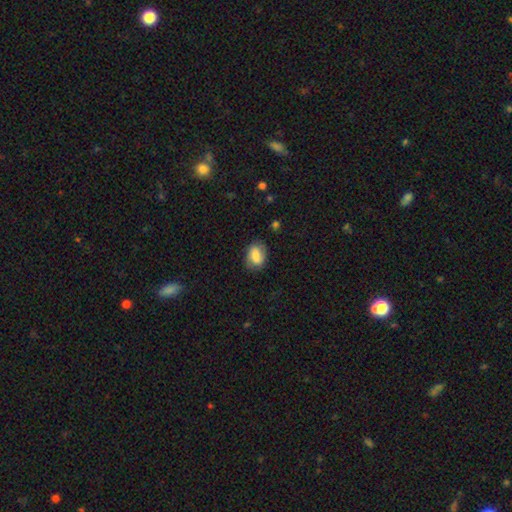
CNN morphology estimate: type=smooth (66%); roundness=in between (79%); merging=none (75%).